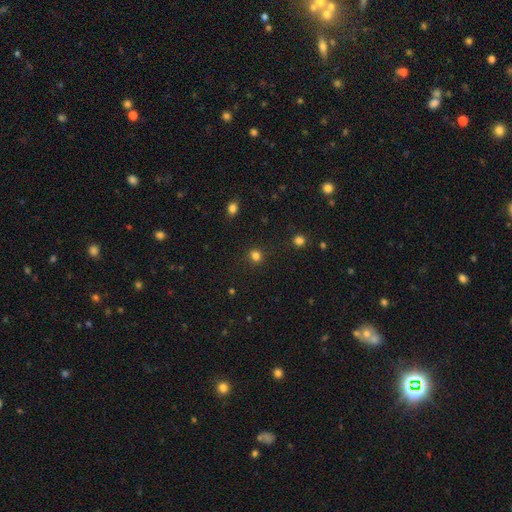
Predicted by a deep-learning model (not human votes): The model was most divided on "smooth or featured": smooth: 81%, star or artifact: 15%, featured or disk: 4%. More confident: merging — none (88%); how rounded — round (83%).